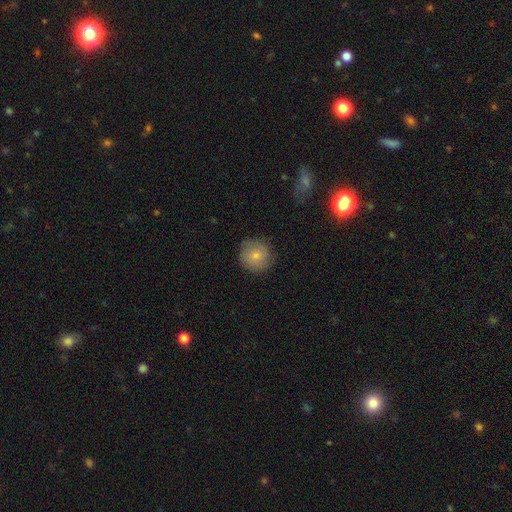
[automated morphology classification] A smooth galaxy with no disk features (70%) that is round (92%).

Vote fractions:
- Smooth or featured? smooth: 70% / featured or disk: 22% / star or artifact: 7%
- How rounded? round: 92% / in between: 7% / cigar-shaped: 1%
- Merging? none: 81% / minor disturbance: 14% / major disturbance: 4% / merger: 1%